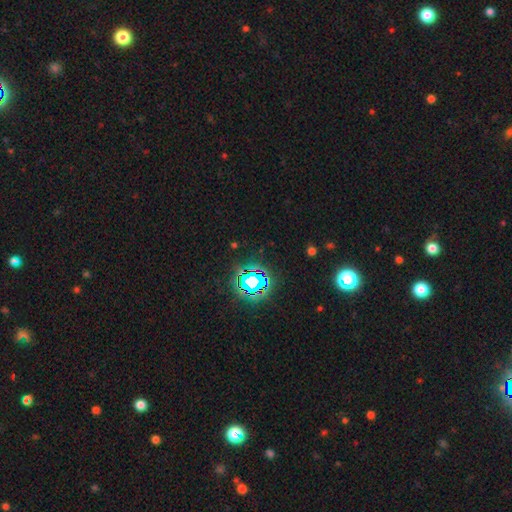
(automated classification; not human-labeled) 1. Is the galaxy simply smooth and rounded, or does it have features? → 81% star or artifact, 12% smooth, 7% featured or disk.